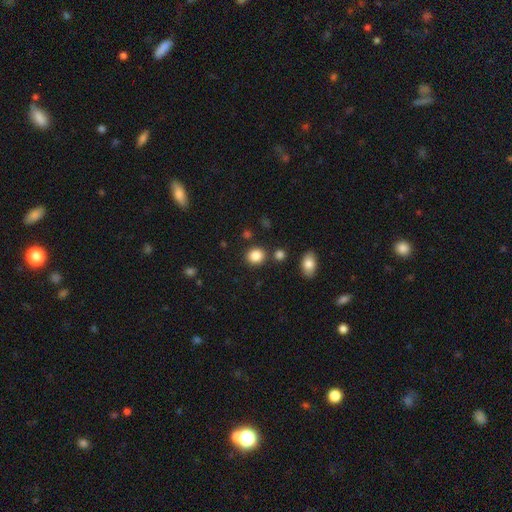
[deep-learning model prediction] Q: Smooth or featured?
A: smooth (87%); runner-up: star or artifact (9%)
Q: How rounded?
A: round (75%); runner-up: in between (24%)
Q: Merging?
A: none (84%); runner-up: minor disturbance (8%)